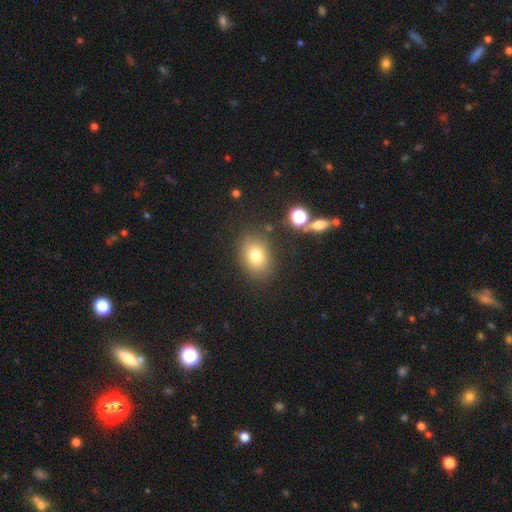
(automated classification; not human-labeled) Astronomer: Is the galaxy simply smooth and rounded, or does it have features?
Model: smooth — 77%.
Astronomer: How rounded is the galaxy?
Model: in between — 61% (runner-up: round, 38%).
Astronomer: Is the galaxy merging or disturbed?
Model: none — 81%.